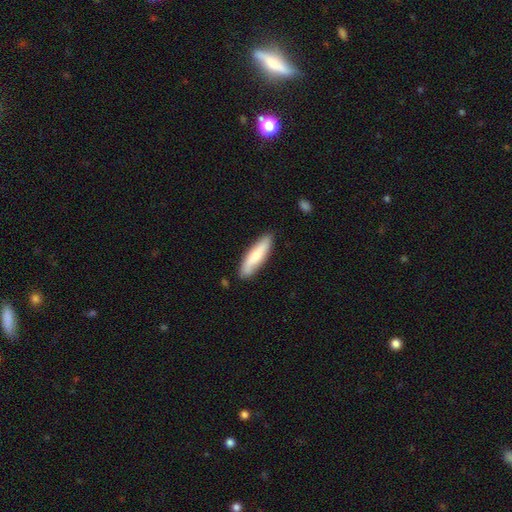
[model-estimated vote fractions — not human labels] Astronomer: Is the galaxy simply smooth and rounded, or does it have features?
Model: smooth — 70%.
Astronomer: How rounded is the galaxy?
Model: cigar-shaped — 67%.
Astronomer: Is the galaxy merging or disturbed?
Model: none — 84%.